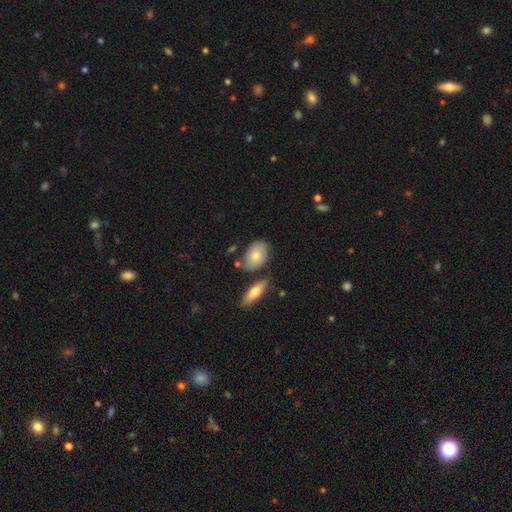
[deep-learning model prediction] Smooth or featured? Predicted: smooth (p=0.71). How rounded? Predicted: in between (p=0.81). Merging? Predicted: none (p=0.64).